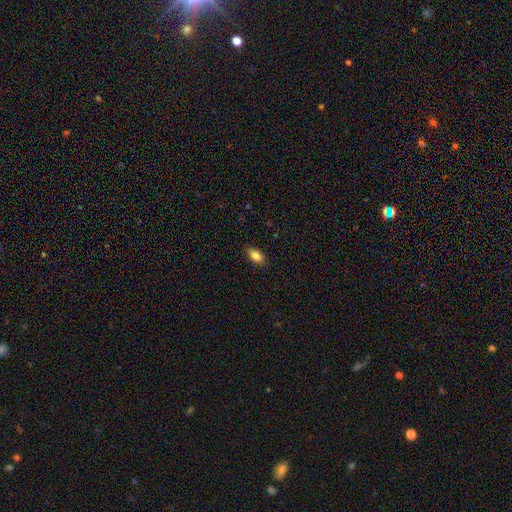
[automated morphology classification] A smooth galaxy with no disk features (84%) that is in between round and cigar-shaped (90%). Merging: none (88%).